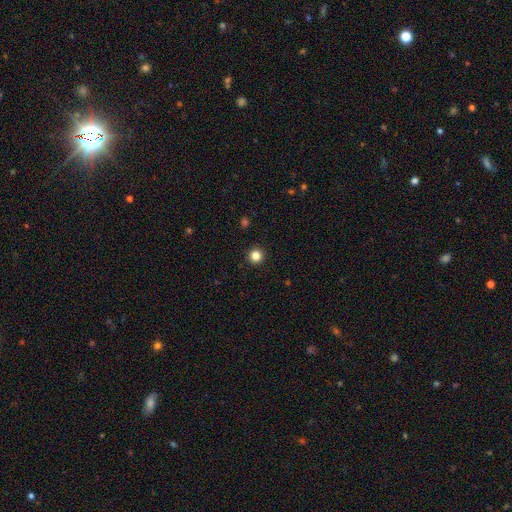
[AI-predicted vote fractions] A smooth galaxy with no disk features (84%) that is round (96%).

Vote fractions:
- Smooth or featured? smooth: 84% / star or artifact: 12% / featured or disk: 4%
- How rounded? round: 96% / in between: 3% / cigar-shaped: 1%
- Merging? none: 94% / minor disturbance: 4% / major disturbance: 1% / merger: 1%